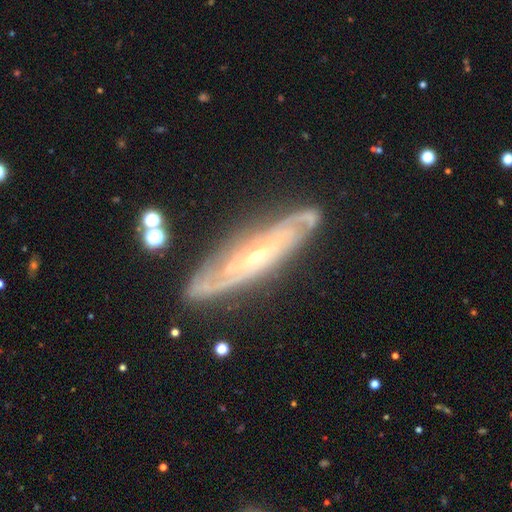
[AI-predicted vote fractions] featured or disk 84%, smooth 10%, star or artifact 6%. Down the decision tree: edge-on disk — no (73%); bar — no (60%); spiral arms — yes (93%); spiral arm count — can't tell (39%); spiral winding — tight (61%); bulge size — small (75%); merging — none (81%).